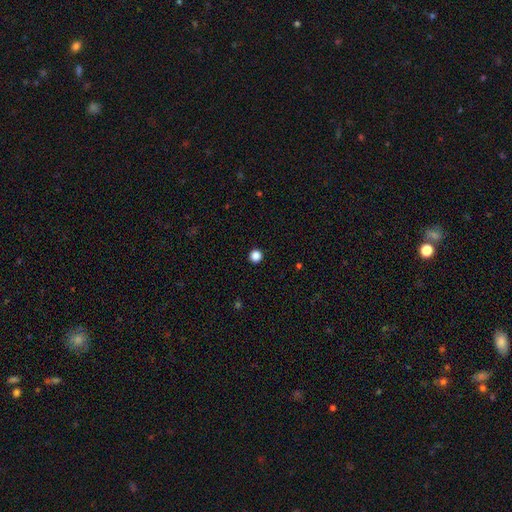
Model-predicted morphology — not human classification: Smooth or featured?
  - smooth: 86% *
  - star or artifact: 12%
  - featured or disk: 3%
How rounded?
  - round: 96% *
  - in between: 3%
  - cigar-shaped: 1%
Merging?
  - none: 94% *
  - minor disturbance: 4%
  - major disturbance: 2%
  - merger: 1%